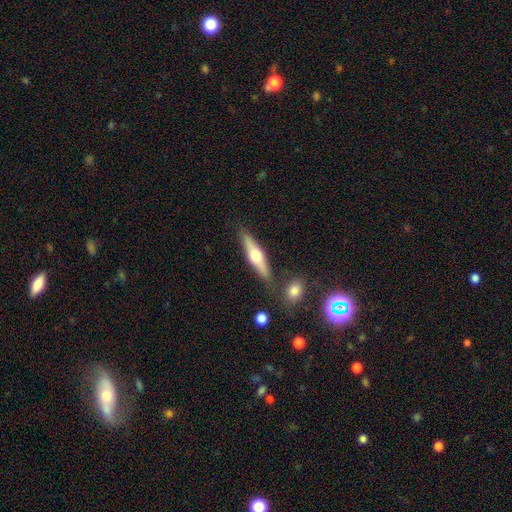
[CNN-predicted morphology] Smooth or featured?
  - featured or disk: 53% *
  - smooth: 41%
  - star or artifact: 6%
Edge-on disk?
  - yes: 93% *
  - no: 7%
Merging?
  - none: 78% *
  - minor disturbance: 12%
  - merger: 7%
  - major disturbance: 3%